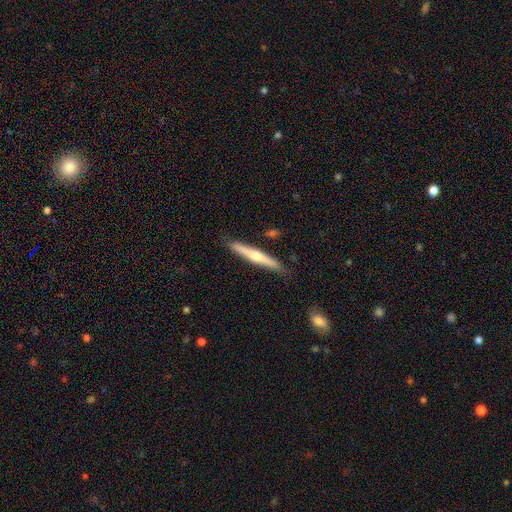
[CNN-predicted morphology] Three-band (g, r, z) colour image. It shows a featured or disk galaxy (58%) viewed edge-on (97%) with a rounded central bulge (84%). Merging: none (86%).